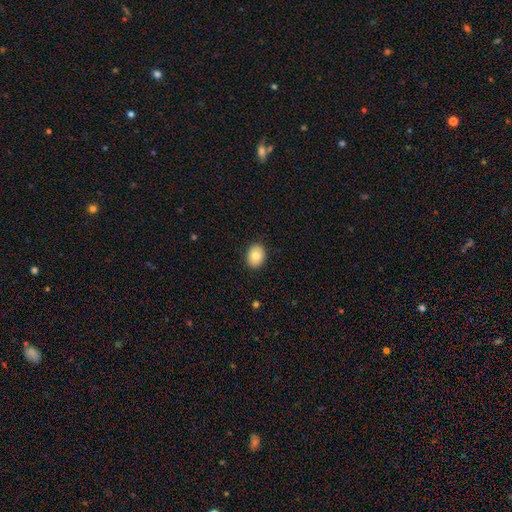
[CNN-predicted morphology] Smooth or featured? Predicted: smooth (p=0.80). How rounded? Predicted: in between (p=0.60). Merging? Predicted: none (p=0.89).